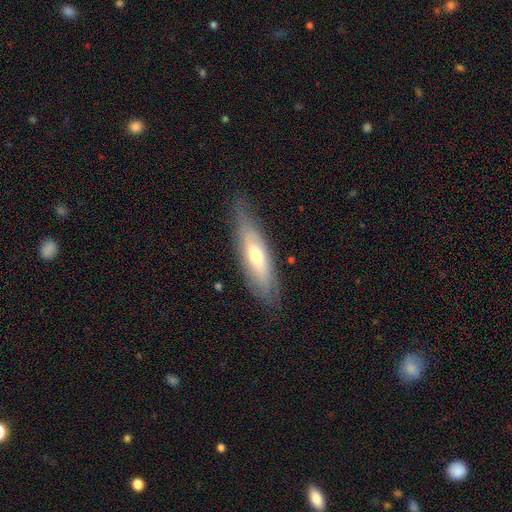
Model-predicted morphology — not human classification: This is possibly a featured or disk galaxy (48%). Merging: likely none (74%).